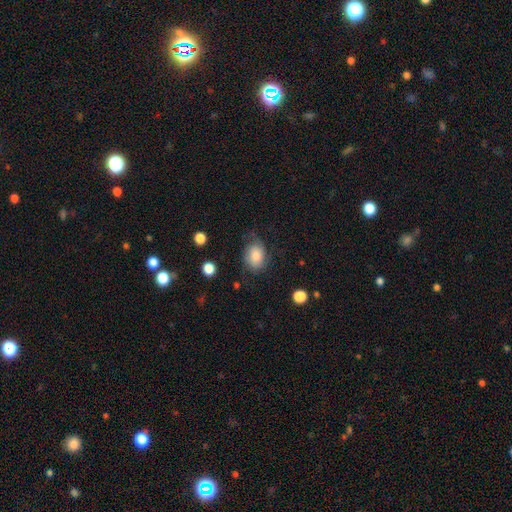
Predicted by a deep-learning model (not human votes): A smooth galaxy with no disk features (68%) that is in between round and cigar-shaped (72%).

Vote fractions:
- Smooth or featured? smooth: 68% / featured or disk: 23% / star or artifact: 9%
- How rounded? in between: 72% / round: 27% / cigar-shaped: 1%
- Merging? none: 59% / minor disturbance: 25% / major disturbance: 14% / merger: 2%